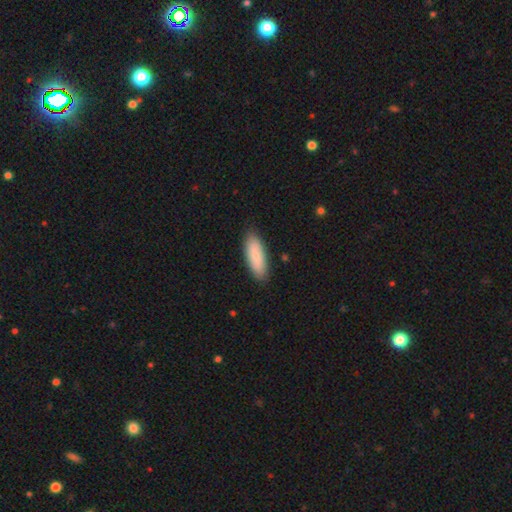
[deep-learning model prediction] This appears to be a smooth galaxy with no disk features (85%) that is in between round and cigar-shaped (64%). Merging: none (87%).